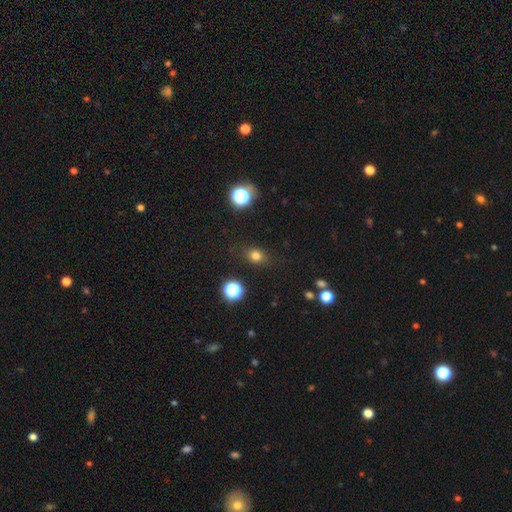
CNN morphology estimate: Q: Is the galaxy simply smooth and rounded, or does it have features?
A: smooth — 77%.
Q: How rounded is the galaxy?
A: round — 54%.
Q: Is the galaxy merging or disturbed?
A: none — 84%.